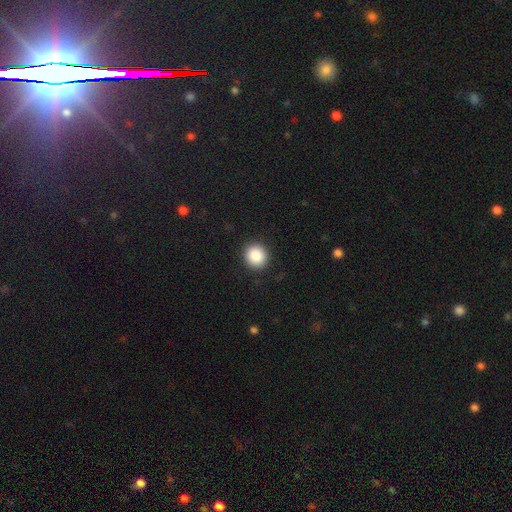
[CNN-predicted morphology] A smooth galaxy with no disk features (88%) that is round (91%).

Vote fractions:
- Smooth or featured? smooth: 88% / star or artifact: 9% / featured or disk: 4%
- How rounded? round: 91% / in between: 8% / cigar-shaped: 1%
- Merging? none: 92% / minor disturbance: 5% / major disturbance: 2% / merger: 1%